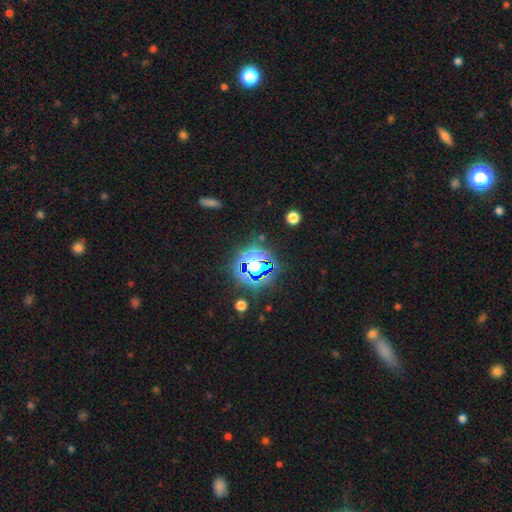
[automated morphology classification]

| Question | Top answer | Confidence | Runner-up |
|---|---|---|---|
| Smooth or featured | star or artifact | 77% | smooth (15%) |